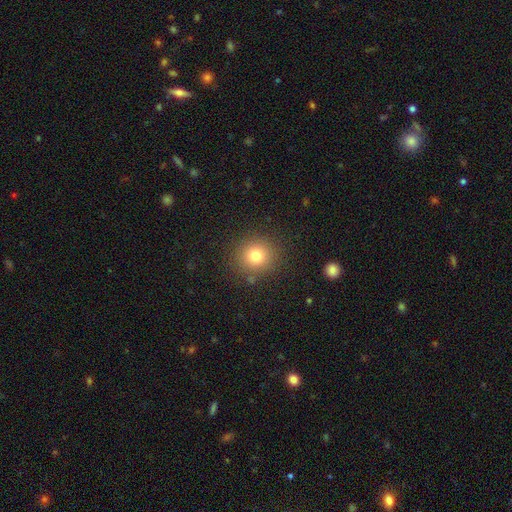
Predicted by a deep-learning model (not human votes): This is likely a smooth galaxy (78%). How rounded: clearly round (91%). Merging: clearly none (87%).